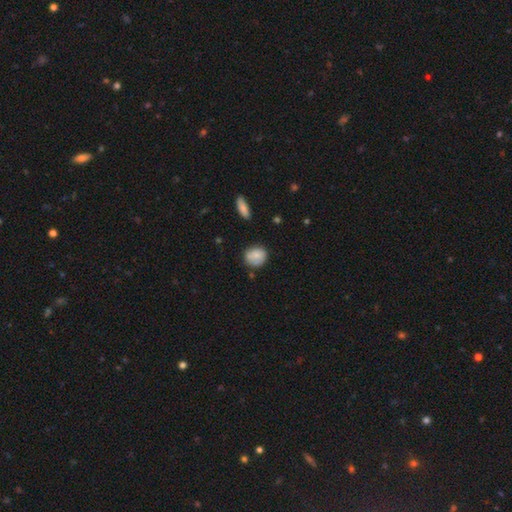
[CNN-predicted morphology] Smooth or featured: smooth — 80% (featured or disk — 12%)
How rounded: round — 69% (in between — 29%)
Merging: none — 72% (minor disturbance — 21%)